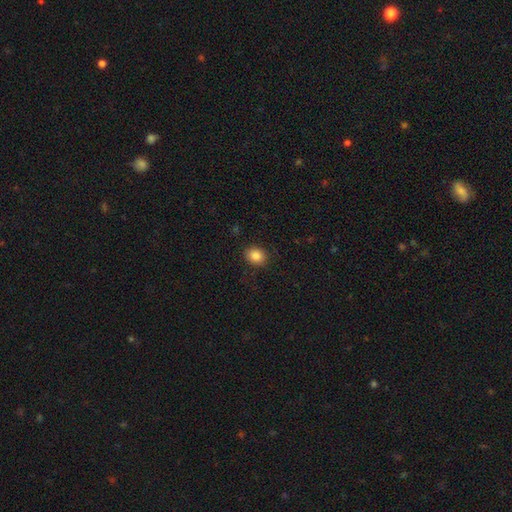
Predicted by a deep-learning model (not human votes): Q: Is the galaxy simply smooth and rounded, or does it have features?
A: smooth — 86%.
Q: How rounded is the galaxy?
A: round — 56%.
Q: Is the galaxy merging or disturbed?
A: none — 88%.